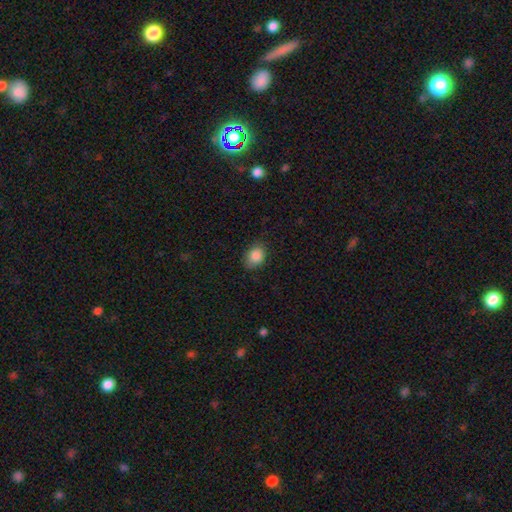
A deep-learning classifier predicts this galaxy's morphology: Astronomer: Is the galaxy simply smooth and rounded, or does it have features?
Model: smooth — 87%.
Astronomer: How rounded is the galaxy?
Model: in between — 65%.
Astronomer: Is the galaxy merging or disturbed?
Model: none — 80%.